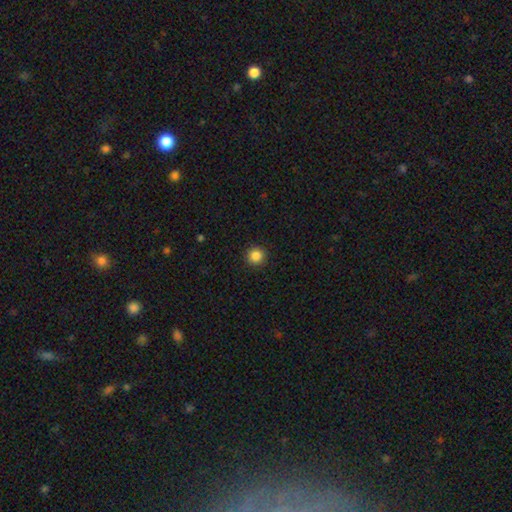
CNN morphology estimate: This appears to be a smooth galaxy with no disk features (86%) that is round (95%). Merging: none (93%).